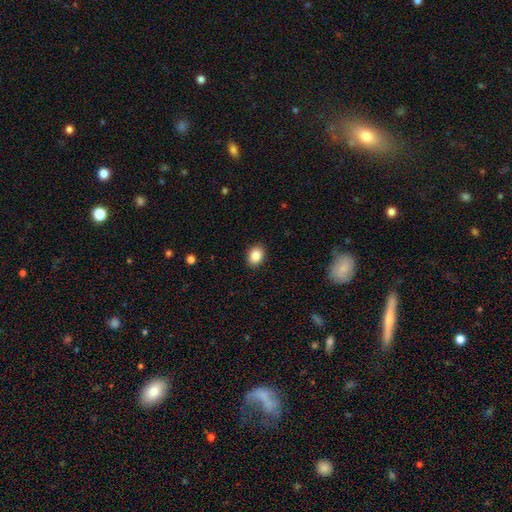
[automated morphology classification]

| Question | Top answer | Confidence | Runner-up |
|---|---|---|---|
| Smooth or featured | smooth | 86% | star or artifact (9%) |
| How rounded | in between | 64% | round (35%) |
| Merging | none | 90% | minor disturbance (7%) |